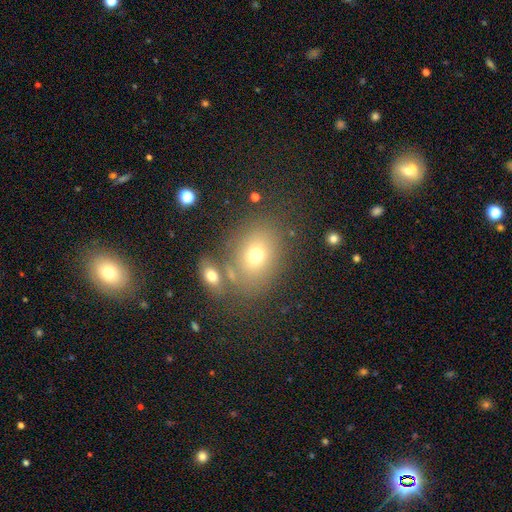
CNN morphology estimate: smooth-or-featured: smooth: 68% | featured or disk: 17% | star or artifact: 15%
  how-rounded: in between: 57% | round: 42% | cigar-shaped: 1%
  merging: none: 67% | merger: 14% | minor disturbance: 13% | major disturbance: 6%